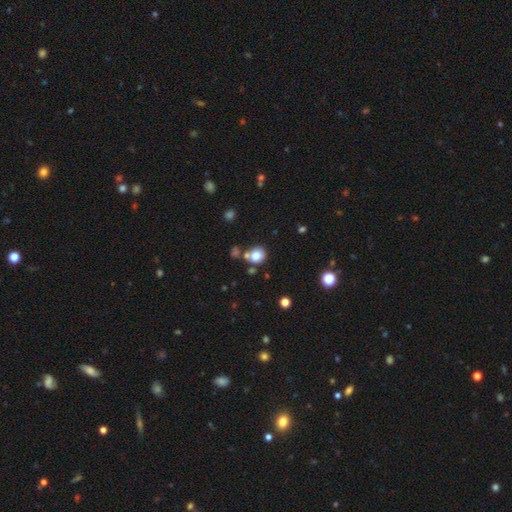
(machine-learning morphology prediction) This is clearly a smooth galaxy (80%). How rounded: likely round (79%). Merging: likely none (62%).